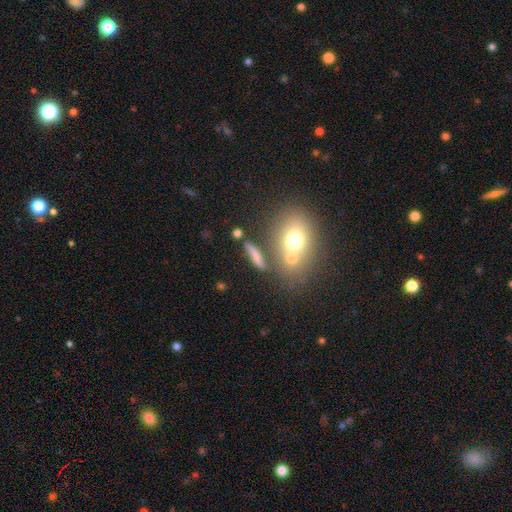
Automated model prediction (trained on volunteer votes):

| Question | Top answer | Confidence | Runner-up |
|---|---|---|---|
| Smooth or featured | smooth | 59% | featured or disk (28%) |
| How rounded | cigar-shaped | 61% | in between (26%) |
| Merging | none | 63% | minor disturbance (15%) |